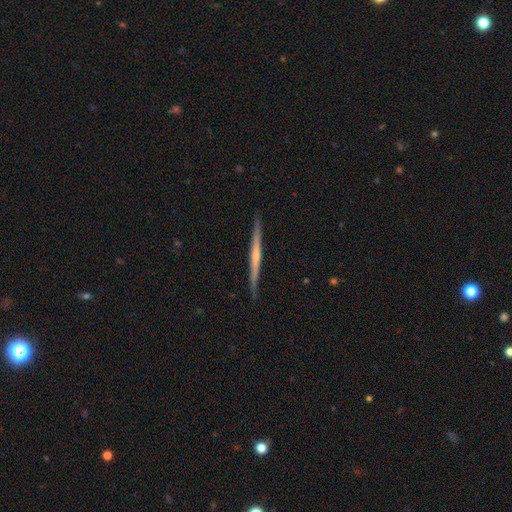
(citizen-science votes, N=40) Volunteers were most divided on "smooth or featured": featured or disk: 62%, smooth: 32%, star or artifact: 5%. More confident: edge-on disk — yes (100%); merging — none (89%); edge-on bulge — rounded (72%).